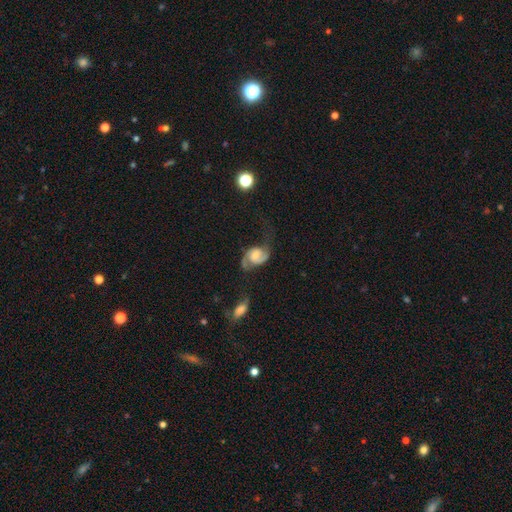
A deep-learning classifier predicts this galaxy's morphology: smooth-or-featured: featured or disk: 81% | smooth: 13% | star or artifact: 7%
  disk-edge-on: no: 98% | yes: 2%
    bar: no: 55% | weak: 37% | strong: 8%
    has-spiral-arms: yes: 95% | no: 5%
      spiral-winding: medium: 45% | loose: 37% | tight: 18%
      spiral-arm-count: 2: 89% | 1: 4% | can't tell: 4% | 3: 1% | 4: 1% | more than 4: 1%
    bulge-size: moderate: 46% | small: 31% | large: 11% | none: 9% | dominant: 2%
  merging: none: 47% | major disturbance: 24% | minor disturbance: 22% | merger: 7%